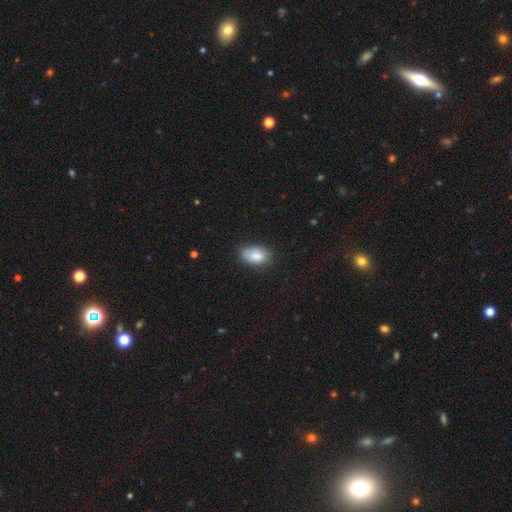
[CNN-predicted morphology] A smooth galaxy with no disk features (84%) that is in between round and cigar-shaped (92%). Merging: none (74%).